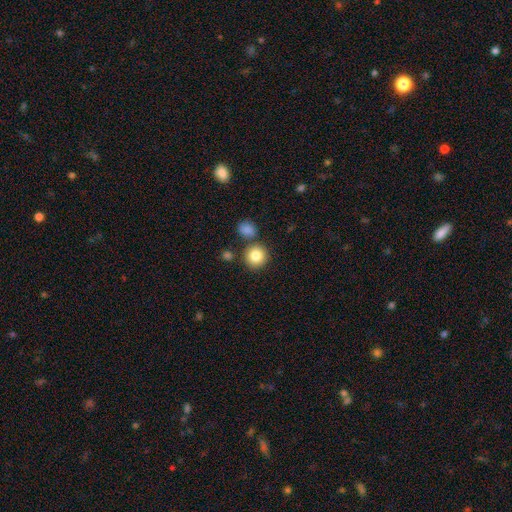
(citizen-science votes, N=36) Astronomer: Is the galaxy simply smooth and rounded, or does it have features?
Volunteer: smooth — 94%.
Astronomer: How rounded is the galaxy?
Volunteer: round — 94%.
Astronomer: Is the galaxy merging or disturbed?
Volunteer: none — 92%.